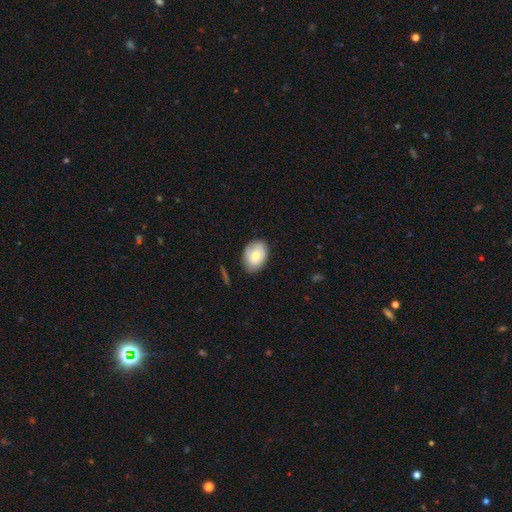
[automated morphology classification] smooth-or-featured: smooth: 72% | featured or disk: 22% | star or artifact: 7%
  how-rounded: in between: 77% | round: 22% | cigar-shaped: 1%
  merging: none: 76% | minor disturbance: 19% | major disturbance: 4% | merger: 2%